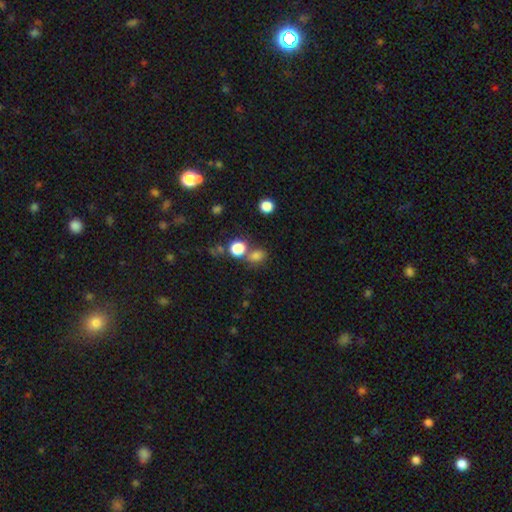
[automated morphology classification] smooth-or-featured: smooth: 77% | star or artifact: 17% | featured or disk: 6%
  how-rounded: round: 60% | in between: 39% | cigar-shaped: 1%
  merging: none: 56% | merger: 29% | minor disturbance: 10% | major disturbance: 5%